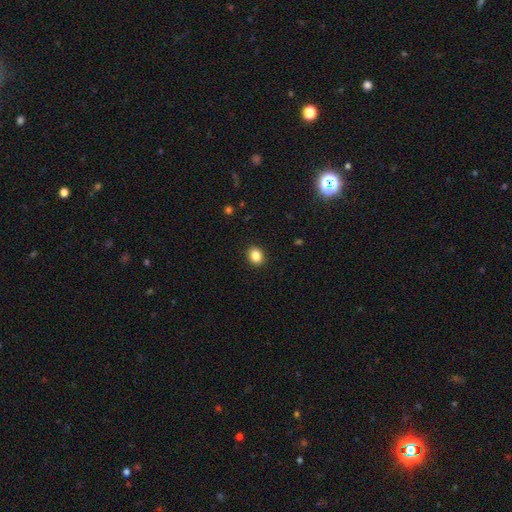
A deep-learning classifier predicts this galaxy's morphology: smooth_or_featured: smooth (p=0.85) [alt: star or artifact p=0.10]
how_rounded: round (p=0.56) [alt: in between p=0.43]
merging: none (p=0.90) [alt: minor disturbance p=0.07]